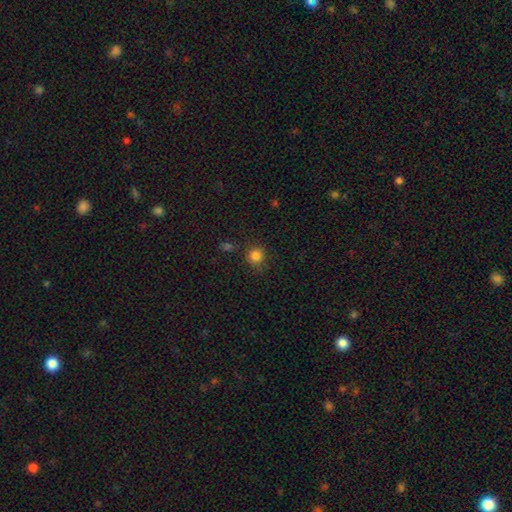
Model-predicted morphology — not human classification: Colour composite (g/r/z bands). It shows a smooth galaxy with no disk features (83%) that is round (88%). Merging: none (78%).